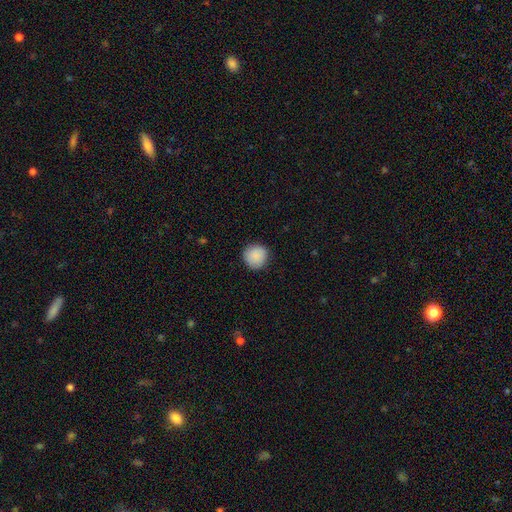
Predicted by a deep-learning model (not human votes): Smooth or featured?
  - smooth: 89% *
  - star or artifact: 7%
  - featured or disk: 5%
How rounded?
  - round: 93% *
  - in between: 6%
  - cigar-shaped: 1%
Merging?
  - none: 88% *
  - minor disturbance: 9%
  - major disturbance: 2%
  - merger: 1%